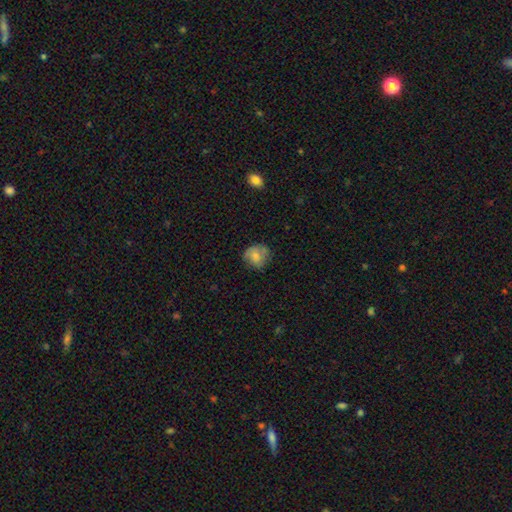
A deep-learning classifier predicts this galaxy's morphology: This is likely a smooth galaxy (71%). How rounded: likely round (76%). Merging: likely none (62%).